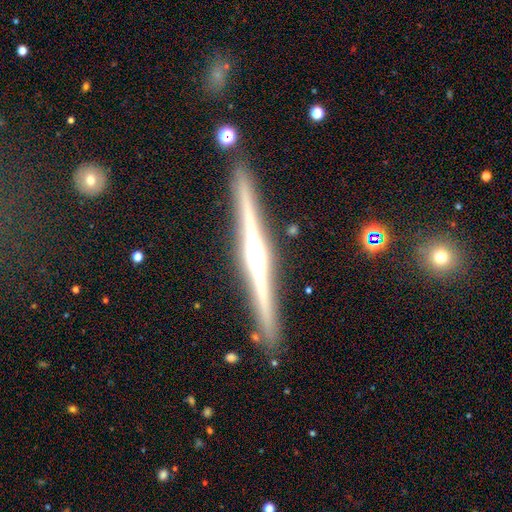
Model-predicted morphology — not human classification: Overall: featured or disk (84%). Edge-on disk: yes (99%). Edge-on bulge: rounded (72%). Merging: none (91%).